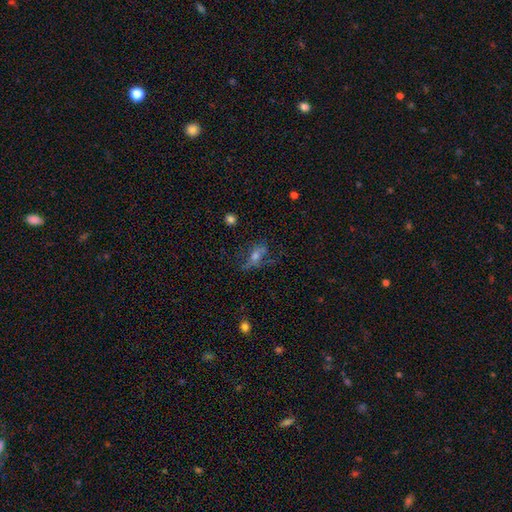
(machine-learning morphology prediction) type=featured or disk (43%); merging=none (51%).